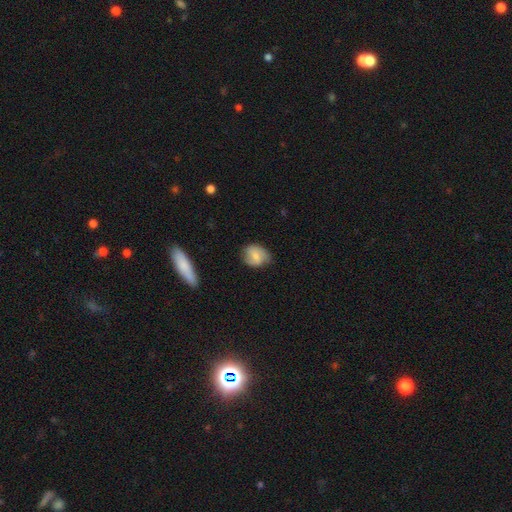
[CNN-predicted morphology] smooth_or_featured: smooth (p=0.65) [alt: featured or disk p=0.27]
how_rounded: round (p=0.54) [alt: in between p=0.44]
merging: none (p=0.66) [alt: minor disturbance p=0.27]